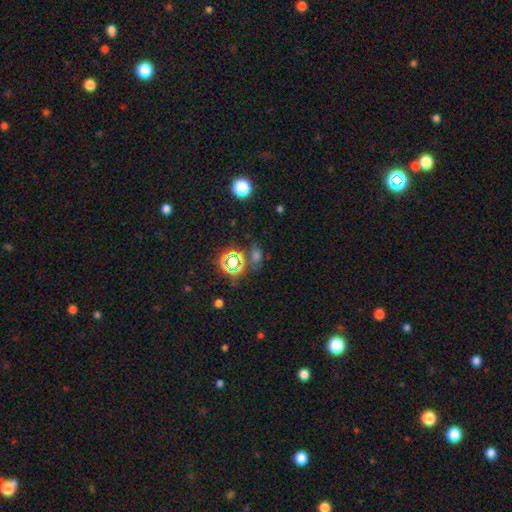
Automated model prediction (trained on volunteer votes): This appears to be a star or artifact, not a galaxy (53%).